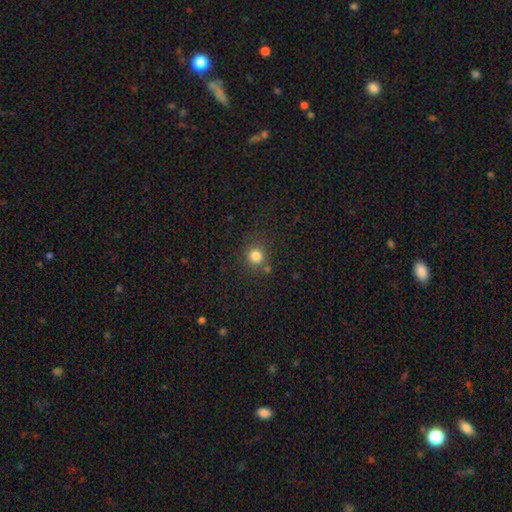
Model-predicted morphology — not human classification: smooth-or-featured: smooth: 81% | star or artifact: 14% | featured or disk: 5%
  how-rounded: round: 90% | in between: 9% | cigar-shaped: 1%
  merging: none: 79% | minor disturbance: 10% | merger: 8% | major disturbance: 4%